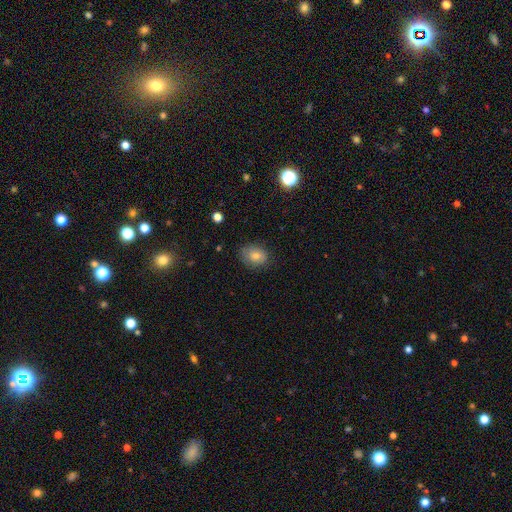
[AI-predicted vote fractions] A smooth galaxy with no disk features (69%) that is in between round and cigar-shaped (61%). Merging: none (79%).